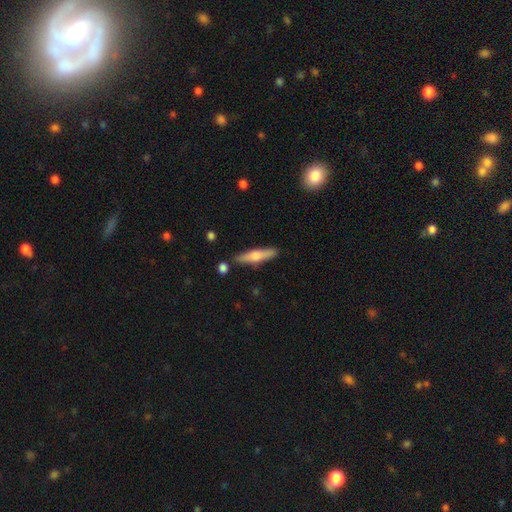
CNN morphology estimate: Smooth or featured? Predicted: smooth (p=0.50). Merging? Predicted: none (p=0.86).